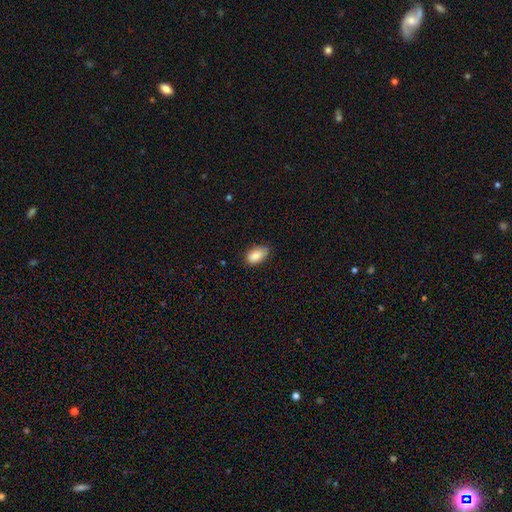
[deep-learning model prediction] Smooth or featured? smooth (87%)
How rounded? in between (93%)
Merging? none (75%)